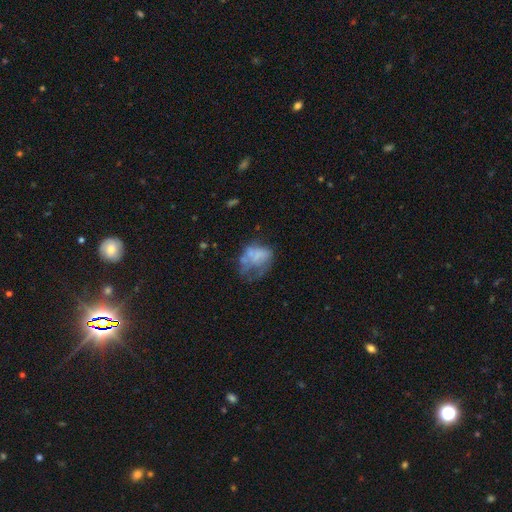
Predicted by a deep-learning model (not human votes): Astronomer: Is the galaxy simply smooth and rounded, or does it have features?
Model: featured or disk — 46% (runner-up: smooth, 42%).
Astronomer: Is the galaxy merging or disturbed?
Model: major disturbance — 40% (runner-up: none, 27%).